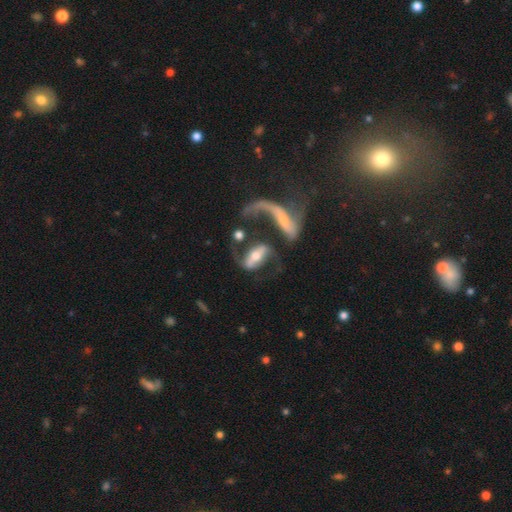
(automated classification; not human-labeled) A featured or disk galaxy (76%) with a strong bar (50%), 2 (75%) loose (76%) spiral arms (78%) and a moderate central bulge (54%).

Vote fractions:
- Smooth or featured? featured or disk: 76% / smooth: 18% / star or artifact: 7%
- Edge-on disk? no: 88% / yes: 12%
- Bar? strong: 50% / weak: 26% / no: 24%
- Spiral arms? yes: 78% / no: 22%
- Spiral winding? loose: 76% / medium: 17% / tight: 7%
- Spiral arm count? 2: 75% / 1: 18% / can't tell: 5% / 3: 1% / 4: 1% / more than 4: 1%
- Bulge size? moderate: 54% / small: 32% / large: 8% / none: 4% / dominant: 2%
- Merging? merger: 38% / none: 31% / major disturbance: 21% / minor disturbance: 11%